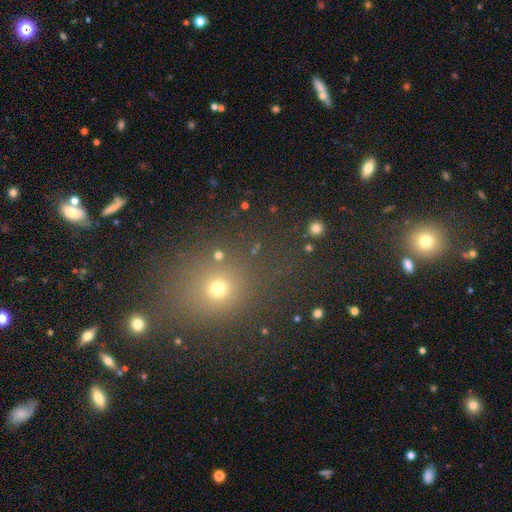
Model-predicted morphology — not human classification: smooth_or_featured: smooth (p=0.52) [alt: star or artifact p=0.39]
how_rounded: round (p=0.76) [alt: in between p=0.22]
merging: none (p=0.81) [alt: minor disturbance p=0.10]